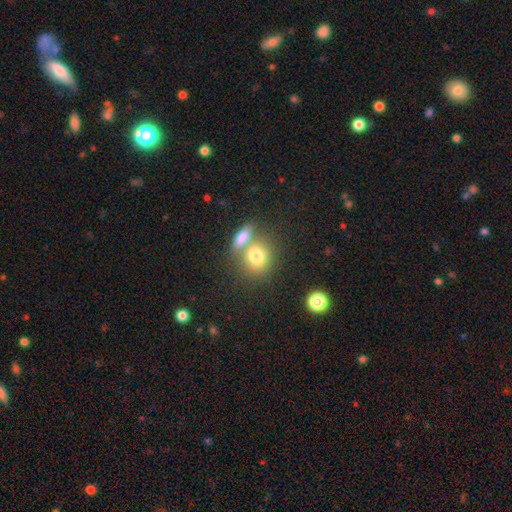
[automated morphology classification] Smooth or featured? Predicted: smooth (p=0.78). How rounded? Predicted: round (p=0.60). Merging? Predicted: none (p=0.45).